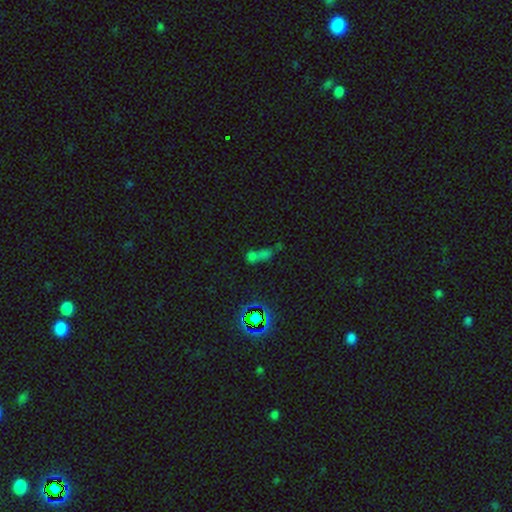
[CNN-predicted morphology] smooth 47%, star or artifact 37%, featured or disk 15%. Down the decision tree: merging — merger (56%).